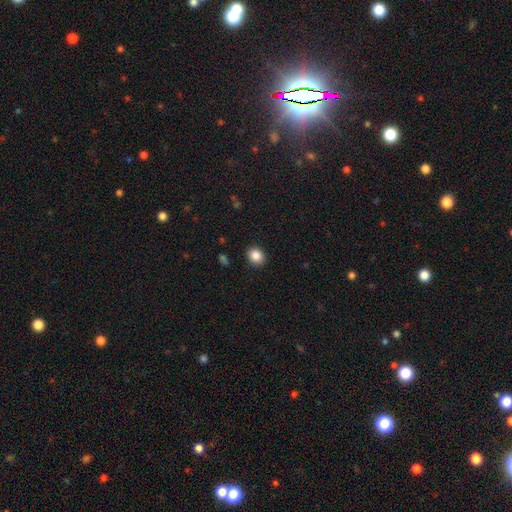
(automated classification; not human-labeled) A smooth galaxy with no disk features (86%) that is round (70%). Merging: none (91%).